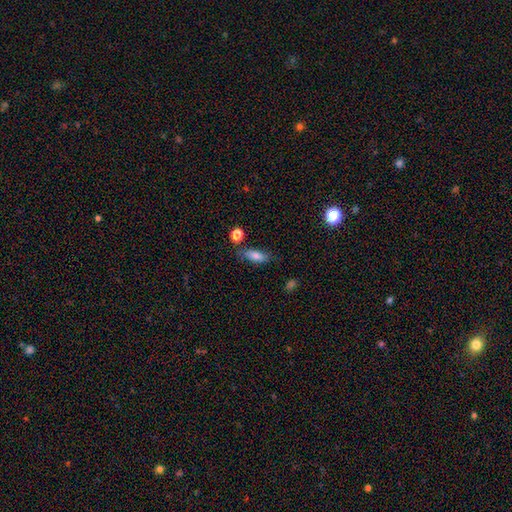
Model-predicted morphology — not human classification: smooth-or-featured: smooth: 79% | featured or disk: 12% | star or artifact: 9%
  how-rounded: in between: 74% | cigar-shaped: 22% | round: 4%
  merging: none: 69% | minor disturbance: 19% | merger: 6% | major disturbance: 6%